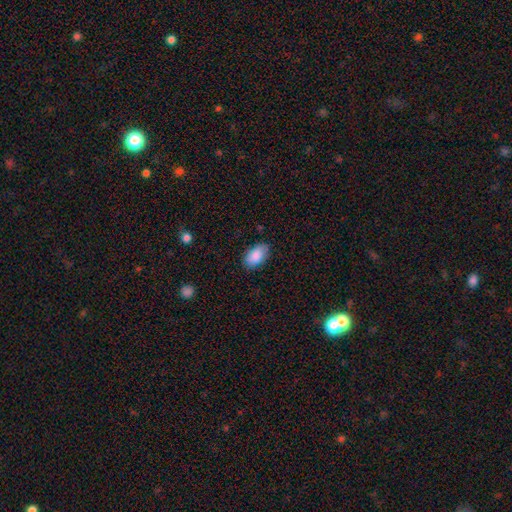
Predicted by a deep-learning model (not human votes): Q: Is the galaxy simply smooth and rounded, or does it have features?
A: smooth — 88%.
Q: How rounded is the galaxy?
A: in between — 94%.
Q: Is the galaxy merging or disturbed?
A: none — 82%.